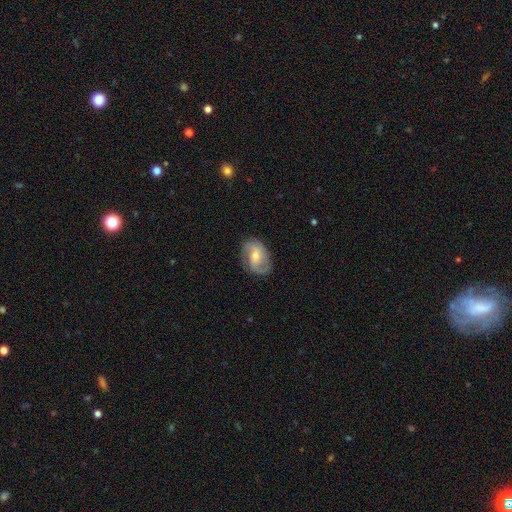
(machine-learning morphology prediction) The model was most divided on "bar": no: 46%, weak: 40%, strong: 14%. Remaining: edge-on disk — no (96%); spiral arms — yes (89%); merging — none (75%); spiral arm count — 2 (75%); smooth or featured — featured or disk (69%); bulge size — moderate (54%); spiral winding — medium (44%).